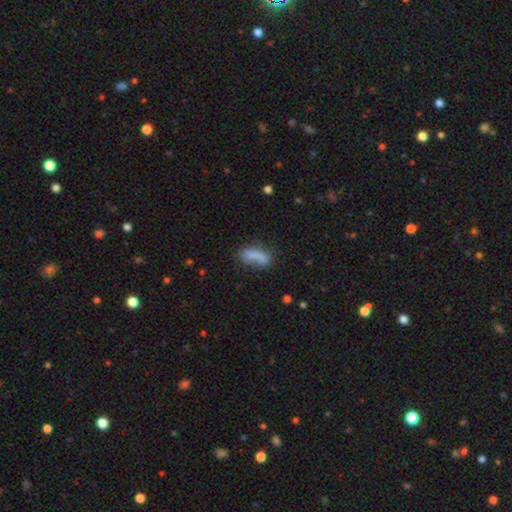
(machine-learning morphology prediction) smooth 71%, featured or disk 19%, star or artifact 10%. Down the decision tree: how rounded — in between (72%); merging — none (42%).